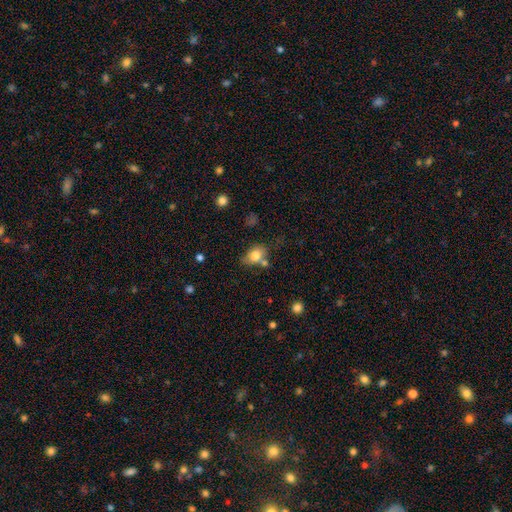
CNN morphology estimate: This is likely a smooth galaxy (78%). How rounded: likely in between (70%). Merging: possibly none (52%).